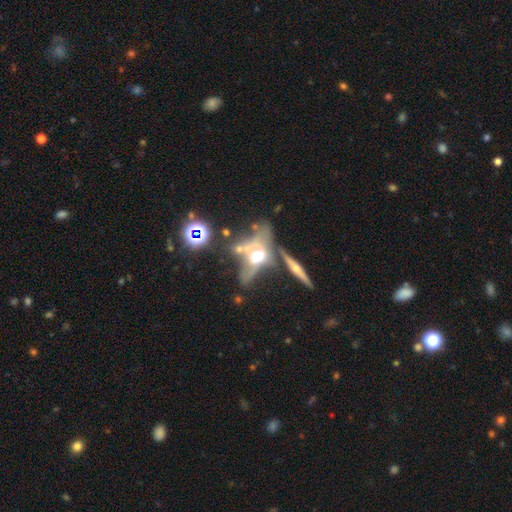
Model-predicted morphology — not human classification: featured or disk 60%, smooth 25%, star or artifact 15%. Down the decision tree: edge-on disk — no (52%); merging — merger (37%).